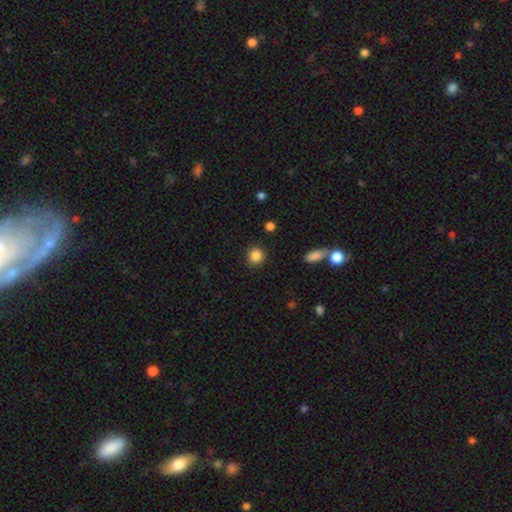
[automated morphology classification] Smooth or featured? smooth (86%)
How rounded? round (90%)
Merging? none (90%)